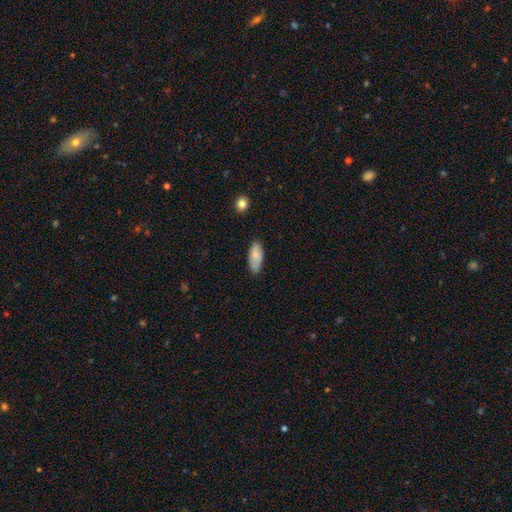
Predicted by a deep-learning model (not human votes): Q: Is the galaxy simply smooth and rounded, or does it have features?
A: smooth — 81%.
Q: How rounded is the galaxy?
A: in between — 85%.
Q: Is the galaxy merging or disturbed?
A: none — 78%.